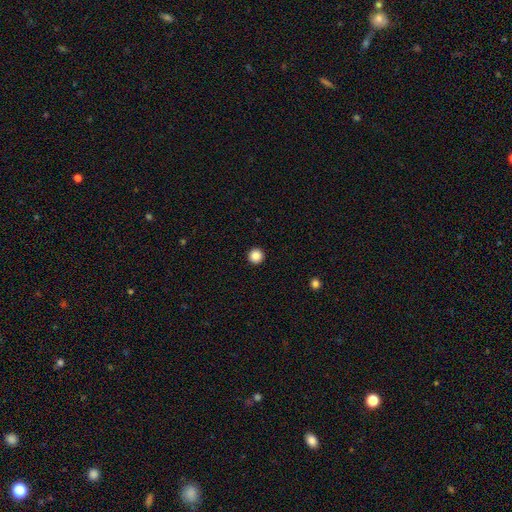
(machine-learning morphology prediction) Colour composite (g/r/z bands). It shows a smooth galaxy with no disk features (87%) that is round (97%). Merging: none (94%).